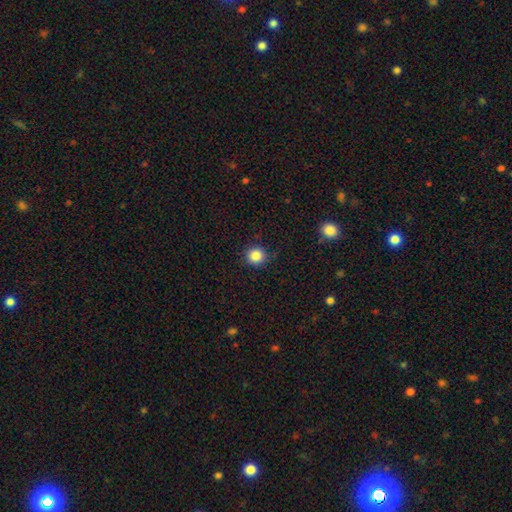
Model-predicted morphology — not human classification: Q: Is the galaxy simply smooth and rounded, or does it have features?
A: smooth — 84%.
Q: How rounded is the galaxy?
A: round — 93%.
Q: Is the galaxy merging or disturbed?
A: none — 90%.